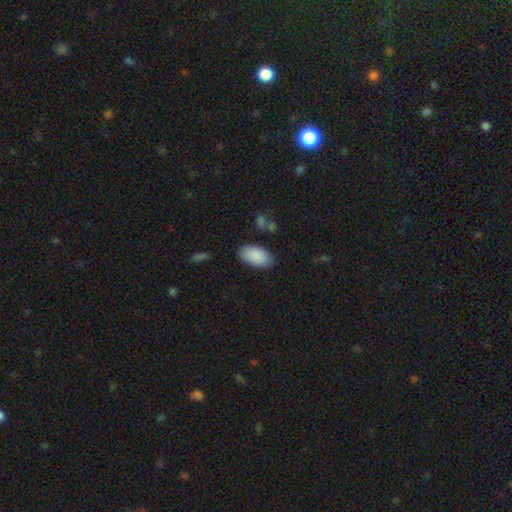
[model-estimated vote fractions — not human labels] A smooth galaxy with no disk features (90%) that is in between round and cigar-shaped (95%).

Vote fractions:
- Smooth or featured? smooth: 90% / star or artifact: 6% / featured or disk: 4%
- How rounded? in between: 95% / round: 3% / cigar-shaped: 2%
- Merging? none: 83% / minor disturbance: 11% / major disturbance: 3% / merger: 2%